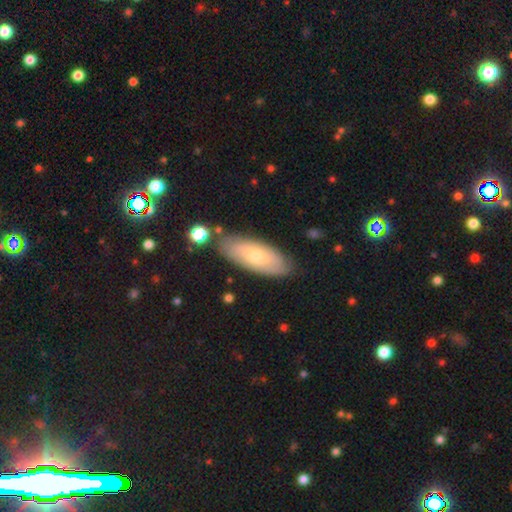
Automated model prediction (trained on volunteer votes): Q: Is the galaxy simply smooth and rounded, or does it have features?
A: smooth — 60%.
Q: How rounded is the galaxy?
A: in between — 77%.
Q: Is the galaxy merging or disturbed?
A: none — 79%.